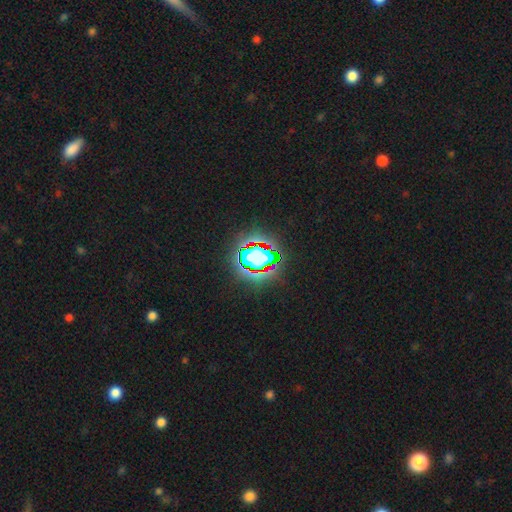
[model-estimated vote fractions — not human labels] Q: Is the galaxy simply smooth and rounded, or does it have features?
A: star or artifact — 62%.